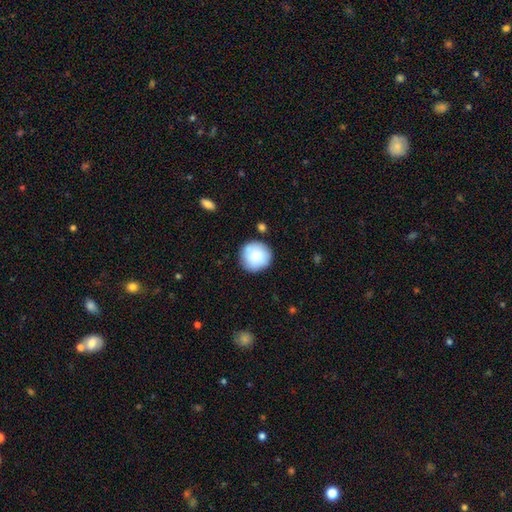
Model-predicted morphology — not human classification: Smooth or featured? smooth (84%)
How rounded? round (94%)
Merging? none (85%)